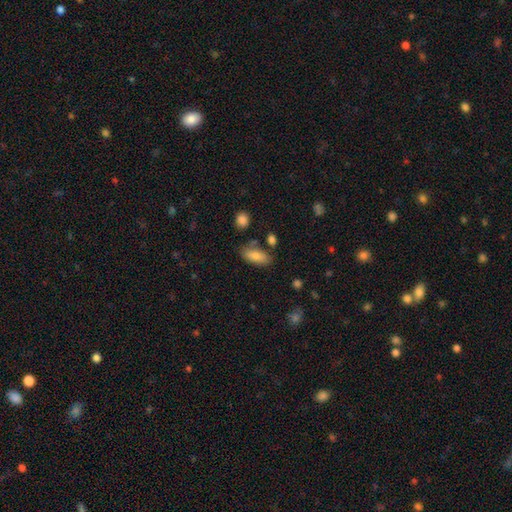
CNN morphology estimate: type=smooth (84%); roundness=in between (85%); merging=none (71%).